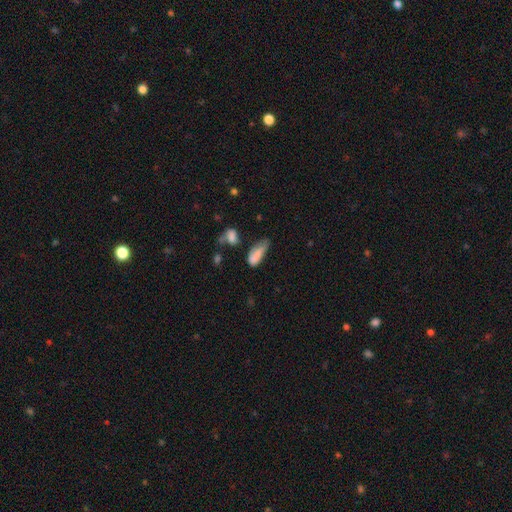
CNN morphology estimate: smooth_or_featured: smooth (p=0.77) [alt: featured or disk p=0.14]
how_rounded: in between (p=0.73) [alt: cigar-shaped p=0.24]
merging: minor disturbance (p=0.37) [alt: major disturbance p=0.26]